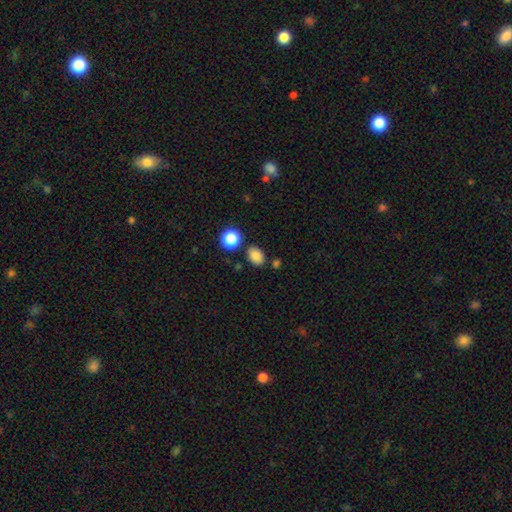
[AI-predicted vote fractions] smooth_or_featured: smooth (p=0.85) [alt: star or artifact p=0.11]
how_rounded: in between (p=0.72) [alt: round p=0.27]
merging: none (p=0.80) [alt: minor disturbance p=0.11]